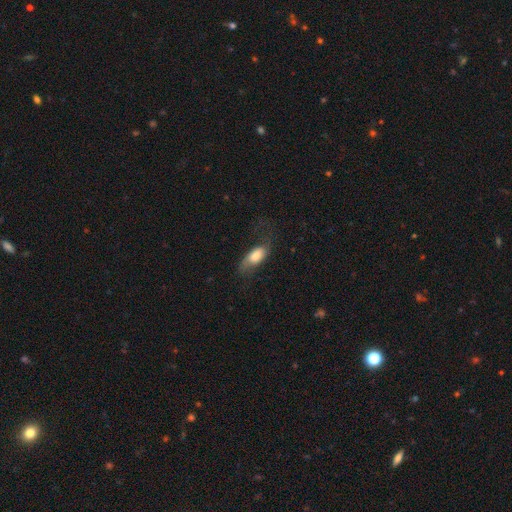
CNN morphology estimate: Smooth or featured? Predicted: smooth (p=0.63). How rounded? Predicted: in between (p=0.84). Merging? Predicted: none (p=0.46).